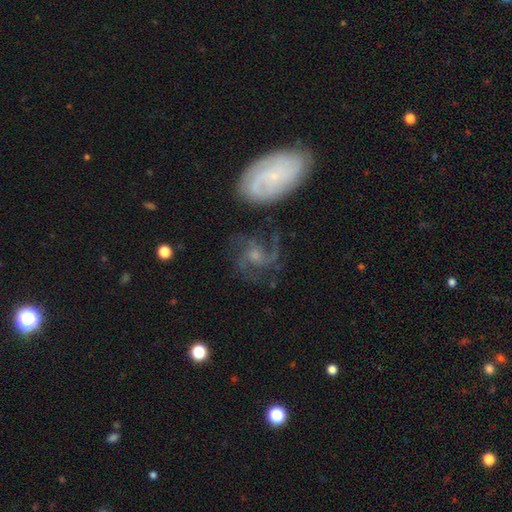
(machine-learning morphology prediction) A featured or disk galaxy (81%) with no bar (63%), 3 (40%) medium (52%) spiral arms (95%) and a small central bulge (50%).

Vote fractions:
- Smooth or featured? featured or disk: 81% / smooth: 10% / star or artifact: 9%
- Edge-on disk? no: 98% / yes: 2%
- Bar? no: 63% / weak: 31% / strong: 6%
- Spiral arms? yes: 95% / no: 5%
- Spiral winding? medium: 52% / loose: 28% / tight: 20%
- Spiral arm count? 3: 40% / 2: 27% / can't tell: 13% / 4: 9% / 1: 6% / more than 4: 6%
- Bulge size? small: 50% / moderate: 33% / none: 11% / large: 5% / dominant: 2%
- Merging? none: 60% / major disturbance: 18% / minor disturbance: 16% / merger: 6%